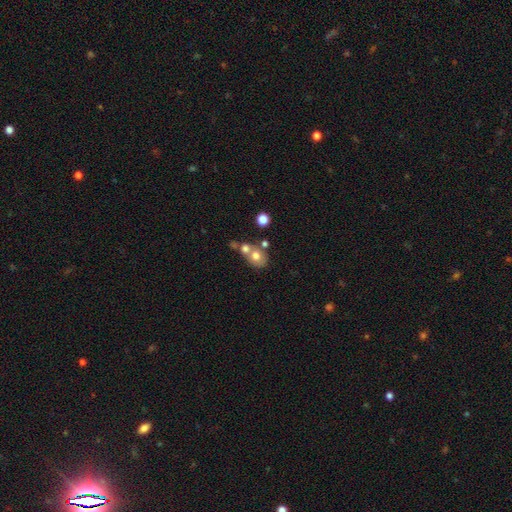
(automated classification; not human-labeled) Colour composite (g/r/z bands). It shows a smooth galaxy with no disk features (67%) that is round (63%). Merging: merger (51%).